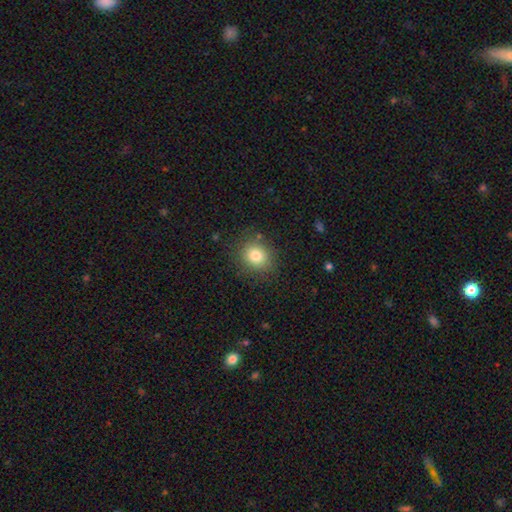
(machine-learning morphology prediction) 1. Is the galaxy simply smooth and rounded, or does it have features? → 80% smooth, 12% star or artifact, 8% featured or disk.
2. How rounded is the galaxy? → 75% round, 24% in between, 1% cigar-shaped.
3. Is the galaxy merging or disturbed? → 85% none, 10% minor disturbance, 3% major disturbance, 2% merger.